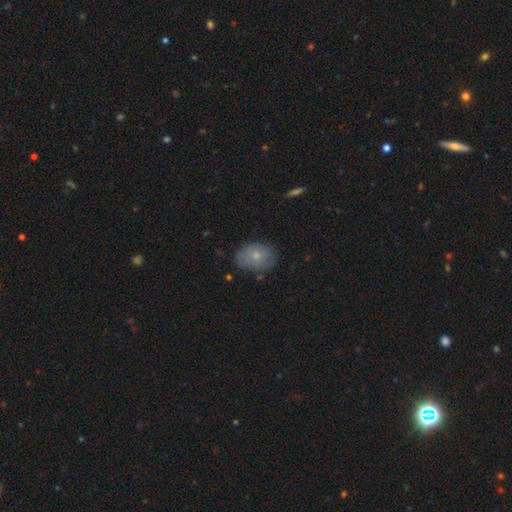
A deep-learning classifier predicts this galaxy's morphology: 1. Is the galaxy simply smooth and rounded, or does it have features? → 59% smooth, 33% featured or disk, 8% star or artifact.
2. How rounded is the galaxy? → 69% in between, 30% round, 1% cigar-shaped.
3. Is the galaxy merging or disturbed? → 70% none, 23% minor disturbance, 6% major disturbance, 2% merger.